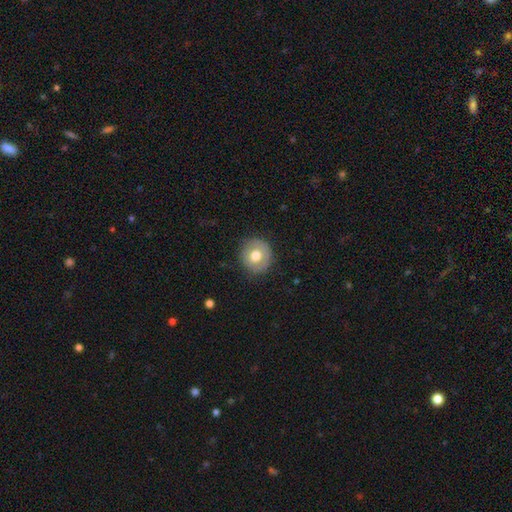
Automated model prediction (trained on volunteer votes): Q: Smooth or featured?
A: smooth (66%); runner-up: featured or disk (26%)
Q: How rounded?
A: round (92%); runner-up: in between (7%)
Q: Merging?
A: none (85%); runner-up: minor disturbance (11%)